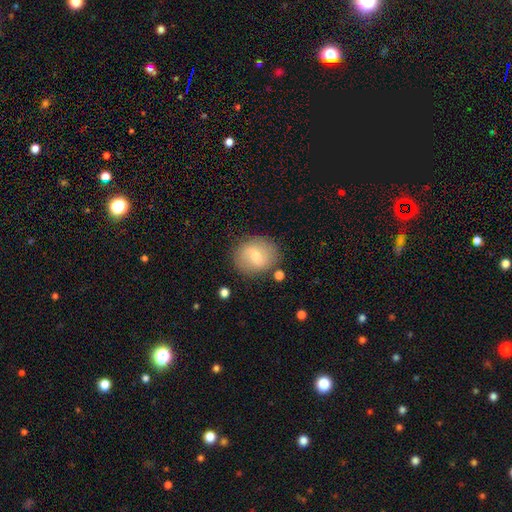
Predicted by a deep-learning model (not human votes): smooth 58%, featured or disk 33%, star or artifact 9%. Down the decision tree: how rounded — round (71%); merging — none (81%).